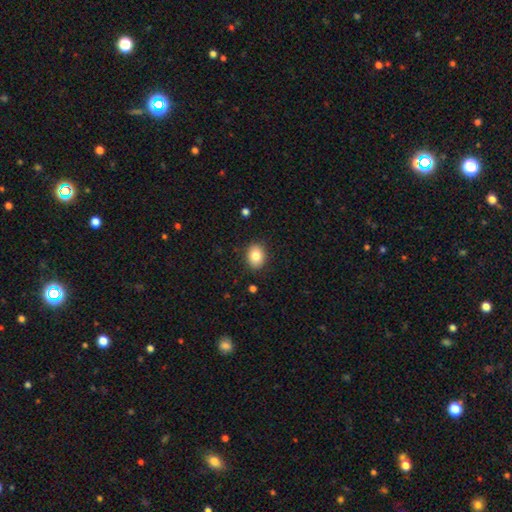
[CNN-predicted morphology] smooth_or_featured: smooth (p=0.83) [alt: star or artifact p=0.09]
how_rounded: in between (p=0.54) [alt: round p=0.45]
merging: none (p=0.88) [alt: minor disturbance p=0.08]